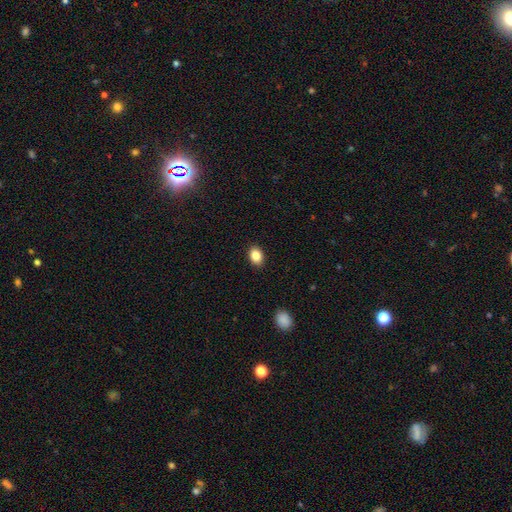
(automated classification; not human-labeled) This is clearly a smooth galaxy (86%). How rounded: likely in between (74%). Merging: clearly none (90%).